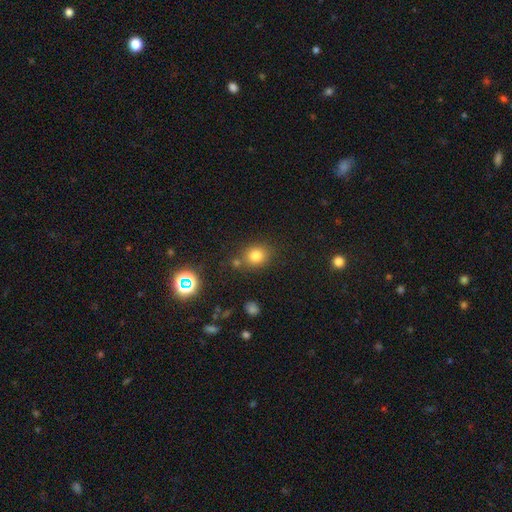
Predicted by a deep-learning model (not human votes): Smooth or featured? smooth (78%)
How rounded? round (71%)
Merging? none (73%)